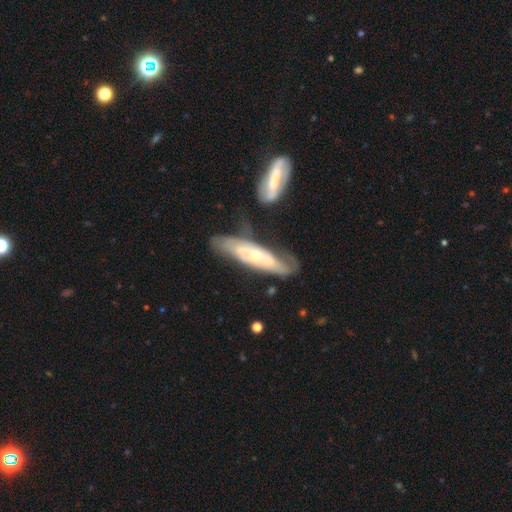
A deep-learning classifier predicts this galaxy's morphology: smooth-or-featured: featured or disk: 66% | smooth: 28% | star or artifact: 6%
  disk-edge-on: no: 71% | yes: 29%
  merging: none: 46% | minor disturbance: 27% | major disturbance: 15% | merger: 12%